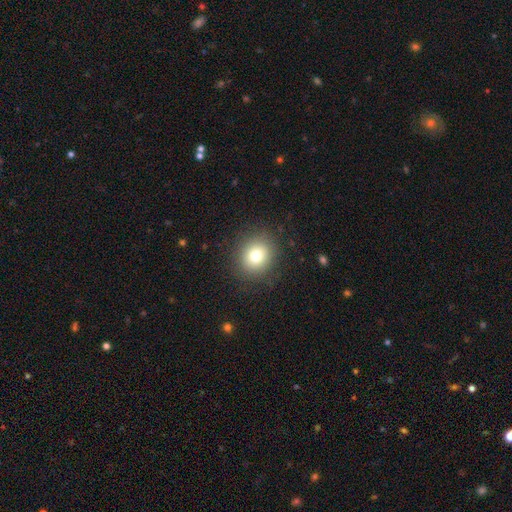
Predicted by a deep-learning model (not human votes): A smooth galaxy with no disk features (76%) that is round (84%). Merging: none (88%).